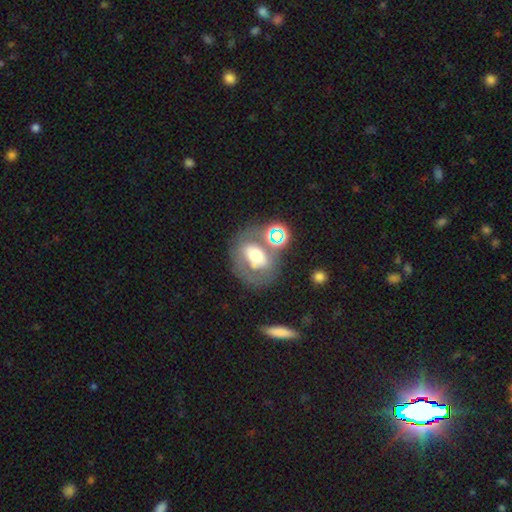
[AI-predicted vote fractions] Overall: featured or disk (44%; smooth 41%). Merging: none (54%; minor disturbance 17%).